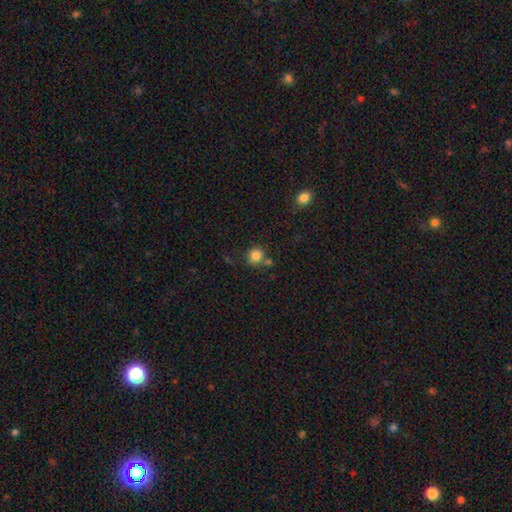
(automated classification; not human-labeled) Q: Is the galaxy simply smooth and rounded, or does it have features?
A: smooth — 83%.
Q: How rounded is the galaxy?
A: round — 88%.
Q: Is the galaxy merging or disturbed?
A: none — 71%.